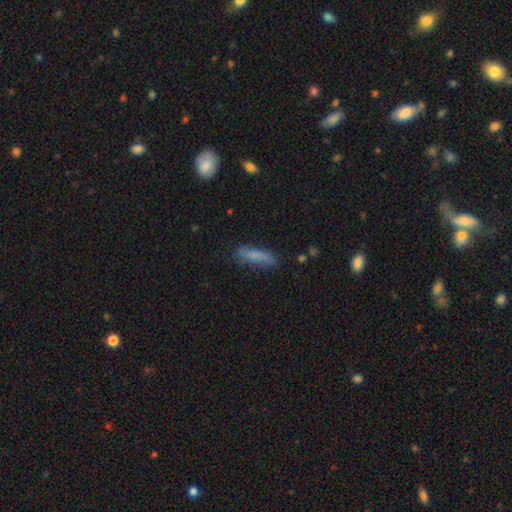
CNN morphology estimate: smooth_or_featured: smooth (p=0.77) [alt: featured or disk p=0.15]
how_rounded: cigar-shaped (p=0.77) [alt: in between p=0.21]
merging: none (p=0.75) [alt: minor disturbance p=0.19]